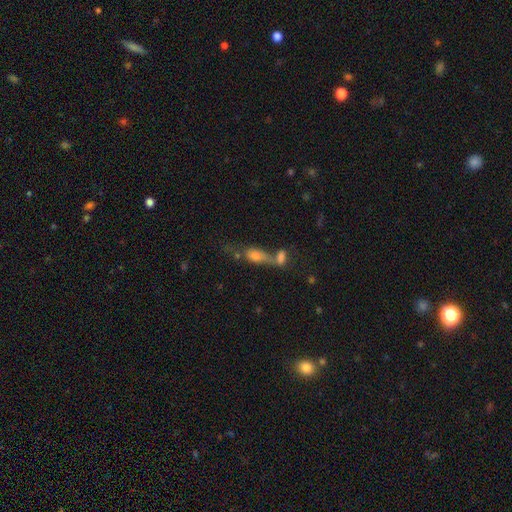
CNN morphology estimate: Smooth or featured? smooth (60%)
How rounded? in between (63%)
Merging? merger (54%)